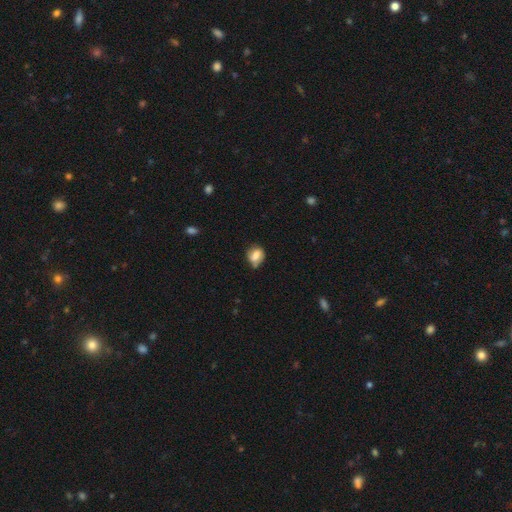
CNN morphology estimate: This appears to be a smooth galaxy with no disk features (63%) that is in between round and cigar-shaped (53%). Merging: none (57%).